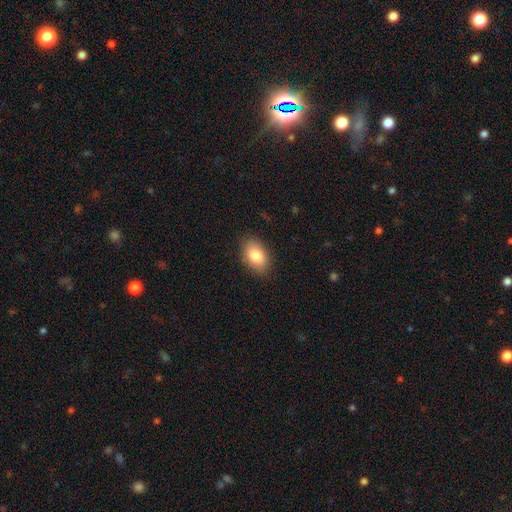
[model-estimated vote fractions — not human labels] Q: Smooth or featured?
A: smooth (83%); runner-up: featured or disk (10%)
Q: How rounded?
A: in between (88%); runner-up: round (10%)
Q: Merging?
A: none (87%); runner-up: minor disturbance (10%)